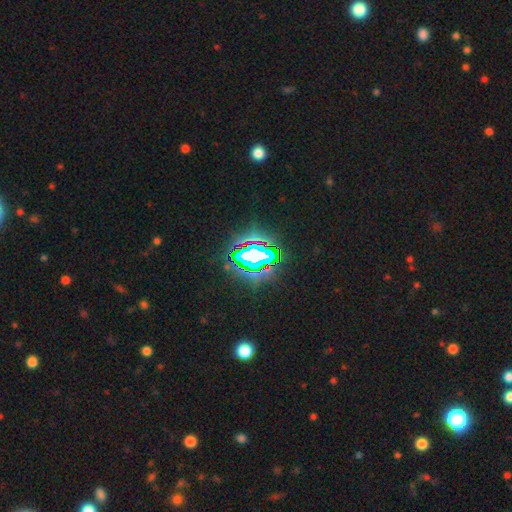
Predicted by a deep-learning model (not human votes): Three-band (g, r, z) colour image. It shows a star or artifact, not a galaxy (70%).